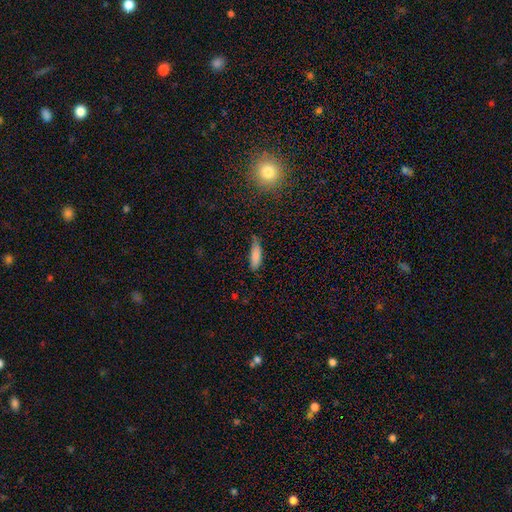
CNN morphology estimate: The model was most divided on "how rounded" (2-way tie): in between: 49%, cigar-shaped: 49%, round: 2%. More confident: smooth or featured — smooth (83%); merging — none (62%).